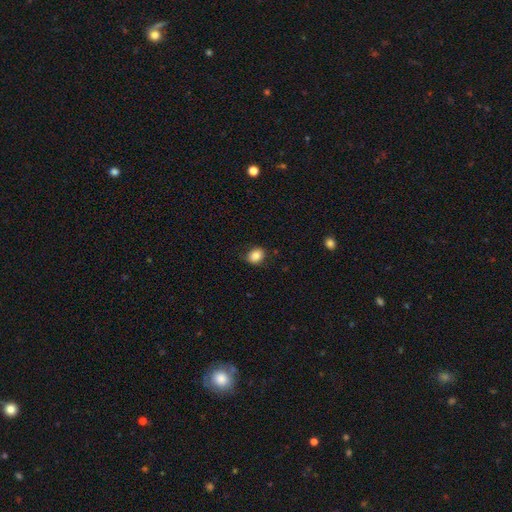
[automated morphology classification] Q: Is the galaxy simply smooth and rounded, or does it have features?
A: smooth — 85%.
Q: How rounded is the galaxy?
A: round — 55%.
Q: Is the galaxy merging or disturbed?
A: none — 82%.